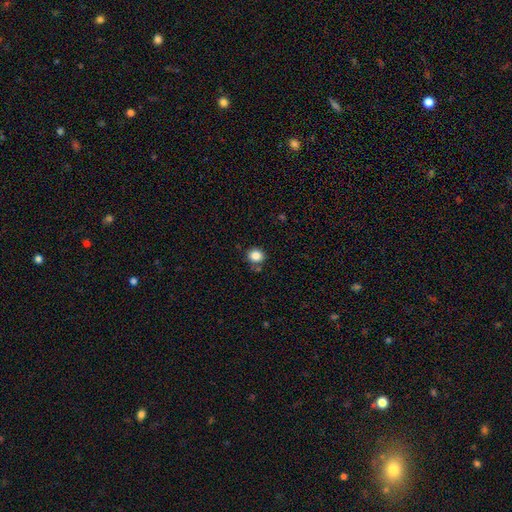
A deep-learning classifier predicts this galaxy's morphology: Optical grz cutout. It shows a smooth galaxy with no disk features (85%) that is round (82%). Merging: none (78%).